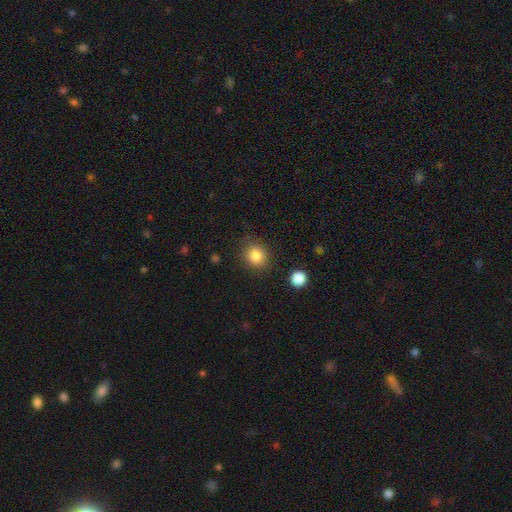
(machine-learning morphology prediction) smooth-or-featured: smooth: 85% | star or artifact: 10% | featured or disk: 5%
  how-rounded: round: 79% | in between: 20% | cigar-shaped: 1%
  merging: none: 83% | minor disturbance: 10% | major disturbance: 4% | merger: 2%